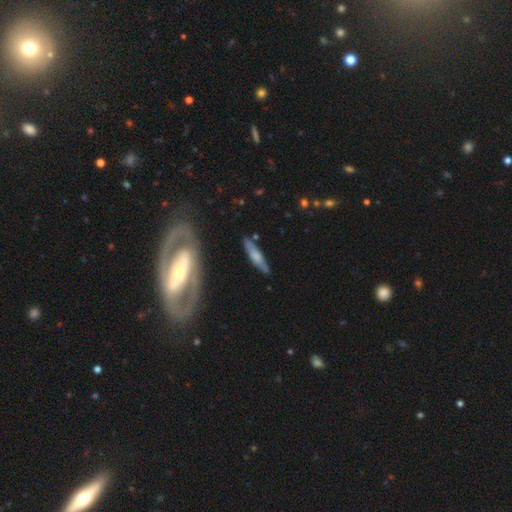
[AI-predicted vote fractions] smooth 52%, featured or disk 41%, star or artifact 6%. Down the decision tree: how rounded — cigar-shaped (81%); merging — none (82%).